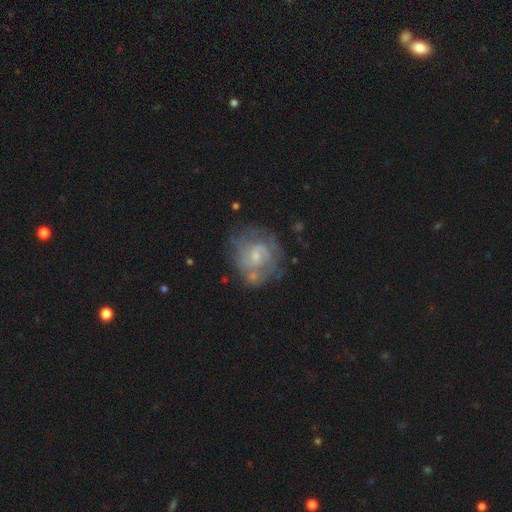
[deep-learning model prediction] featured or disk 72%, smooth 21%, star or artifact 7%. Down the decision tree: edge-on disk — no (98%); bar — no (61%); spiral arms — yes (79%); spiral arm count — can't tell (42%); spiral winding — tight (52%); bulge size — small (64%); merging — none (59%).